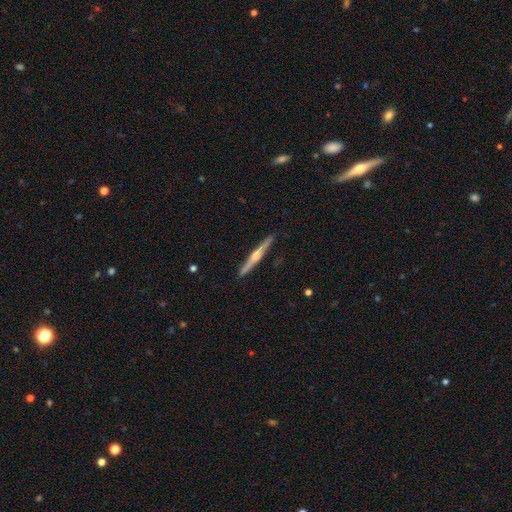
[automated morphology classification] smooth-or-featured: featured or disk: 76% | smooth: 19% | star or artifact: 5%
  disk-edge-on: yes: 98% | no: 2%
    edge-on-bulge: rounded: 87% | boxy: 7% | none: 6%
  merging: none: 92% | minor disturbance: 6% | major disturbance: 1% | merger: 1%